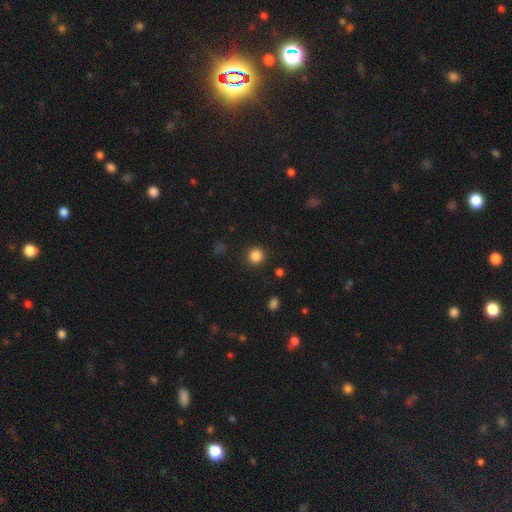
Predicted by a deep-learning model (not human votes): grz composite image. It shows a smooth galaxy with no disk features (85%) that is round (94%). Merging: none (91%).